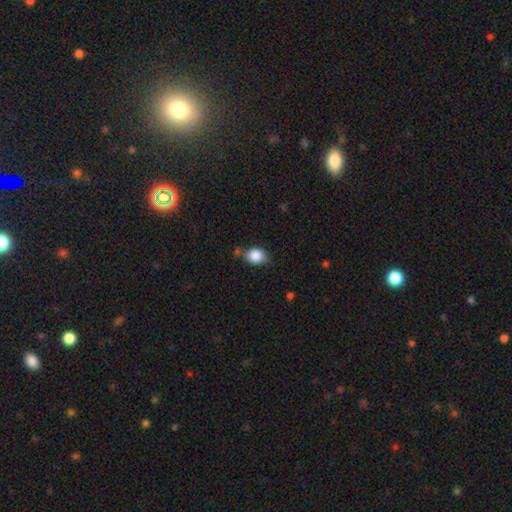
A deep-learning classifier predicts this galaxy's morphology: Smooth or featured? Predicted: smooth (p=0.85). How rounded? Predicted: in between (p=0.59). Merging? Predicted: none (p=0.65).